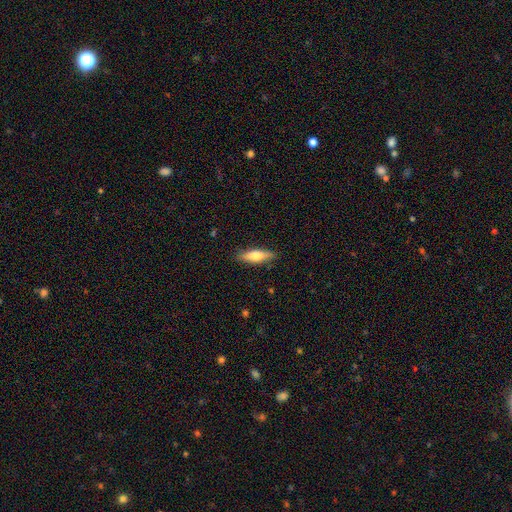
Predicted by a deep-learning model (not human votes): The model was most divided on "how rounded": cigar-shaped: 56%, in between: 42%, round: 2%. More confident: merging — none (88%); smooth or featured — smooth (62%).